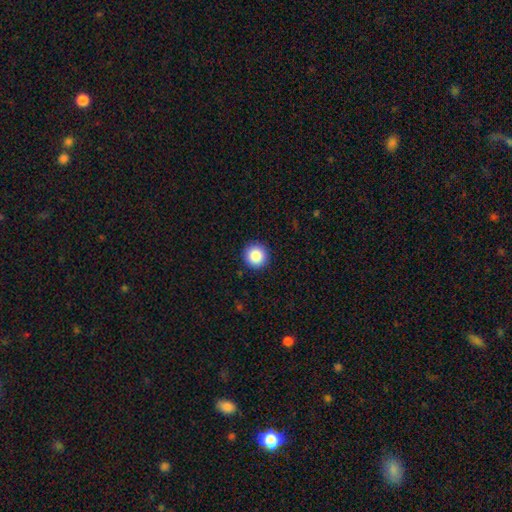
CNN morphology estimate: A smooth galaxy with no disk features (87%) that is round (96%). Merging: none (92%).